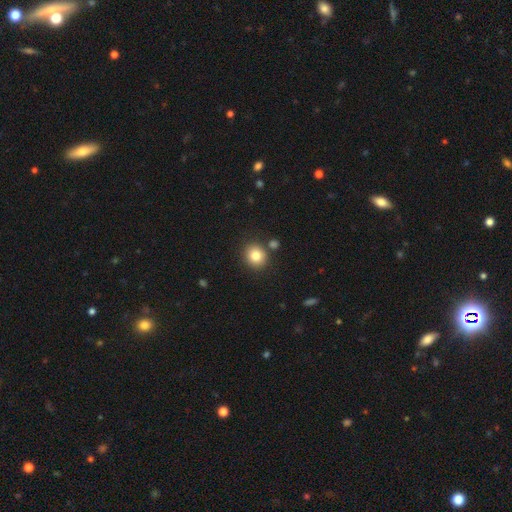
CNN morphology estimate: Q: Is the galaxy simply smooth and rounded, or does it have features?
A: smooth — 82%.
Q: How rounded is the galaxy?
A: round — 87%.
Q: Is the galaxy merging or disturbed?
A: none — 83%.